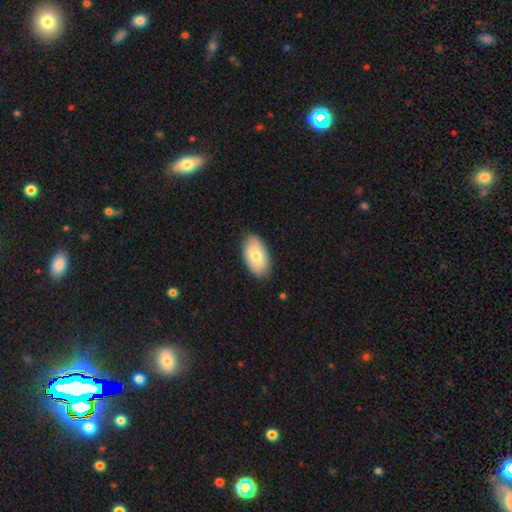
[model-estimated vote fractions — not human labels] smooth_or_featured: smooth (p=0.72) [alt: featured or disk p=0.22]
how_rounded: in between (p=0.94) [alt: round p=0.04]
merging: none (p=0.83) [alt: minor disturbance p=0.13]